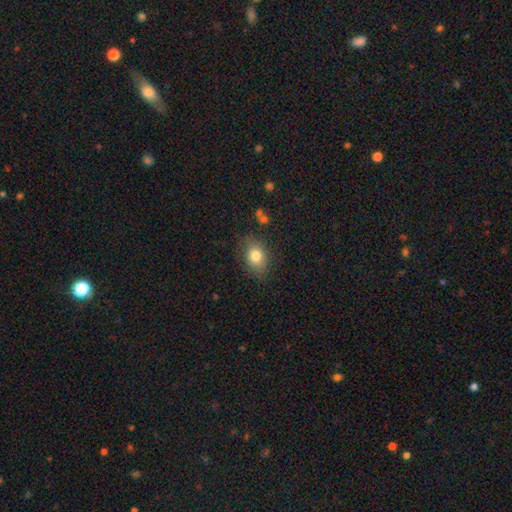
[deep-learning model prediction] Smooth or featured? Predicted: smooth (p=0.80). How rounded? Predicted: in between (p=0.69). Merging? Predicted: none (p=0.80).